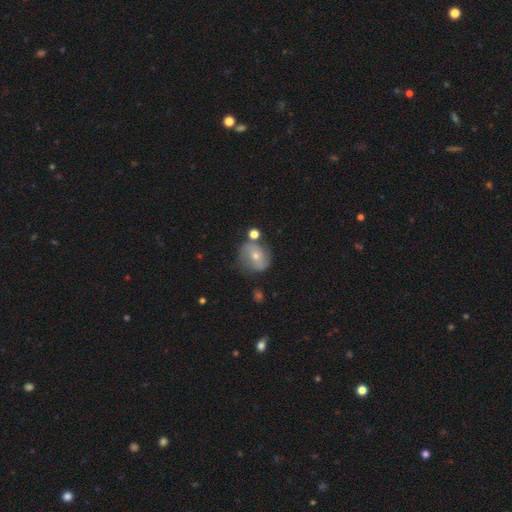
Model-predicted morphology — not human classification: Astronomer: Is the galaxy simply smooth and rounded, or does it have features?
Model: featured or disk — 50% (runner-up: smooth, 38%).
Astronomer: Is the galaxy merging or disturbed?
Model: none — 67%.